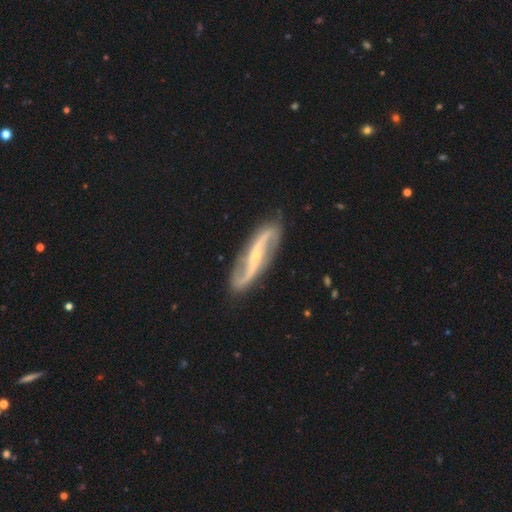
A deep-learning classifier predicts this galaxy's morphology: Smooth or featured? featured or disk (91%)
Edge-on disk? no (91%)
Bar? strong (43%)
Spiral arms? yes (97%)
Spiral winding? loose (64%)
Spiral arm count? 2 (94%)
Bulge size? small (76%)
Merging? none (84%)